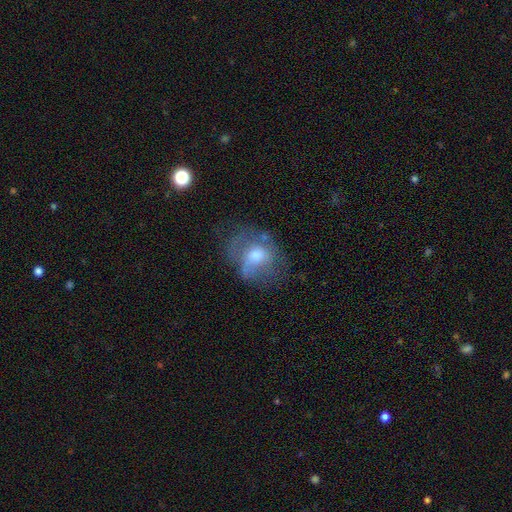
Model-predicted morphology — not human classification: A featured or disk galaxy (45%, tied with smooth).

Vote fractions:
- Smooth or featured? featured or disk: 45% (tied) / smooth: 45% (tied) / star or artifact: 10%
- Merging? none: 38% / major disturbance: 32% / minor disturbance: 27% / merger: 4%